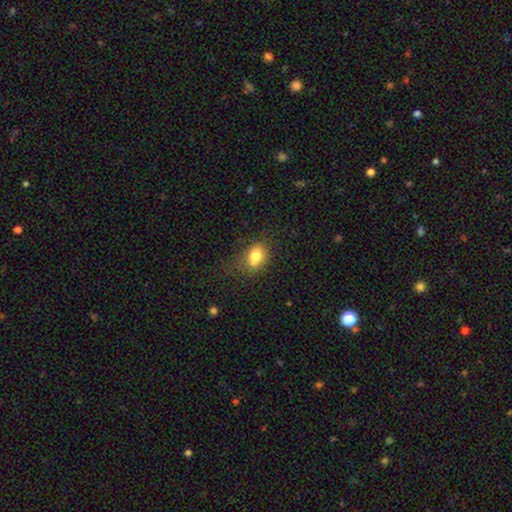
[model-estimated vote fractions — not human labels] The model was most divided on "merging": none: 48%, minor disturbance: 26%, merger: 14%, major disturbance: 13%. More confident: smooth or featured — smooth (76%); how rounded — in between (67%).